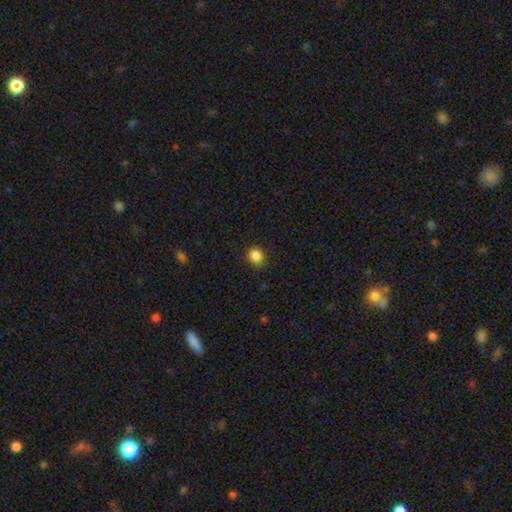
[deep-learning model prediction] A smooth galaxy with no disk features (87%) that is round (69%). Merging: none (83%).